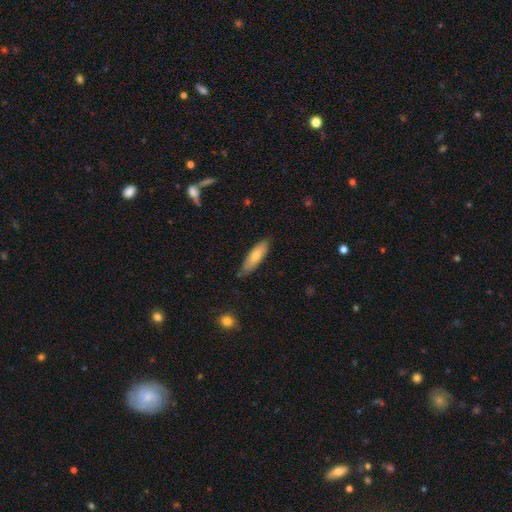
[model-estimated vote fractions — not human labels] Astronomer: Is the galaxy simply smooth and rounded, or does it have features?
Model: smooth — 73%.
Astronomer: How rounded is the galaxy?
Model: cigar-shaped — 51% (runner-up: in between, 48%).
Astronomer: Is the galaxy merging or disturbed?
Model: none — 78%.